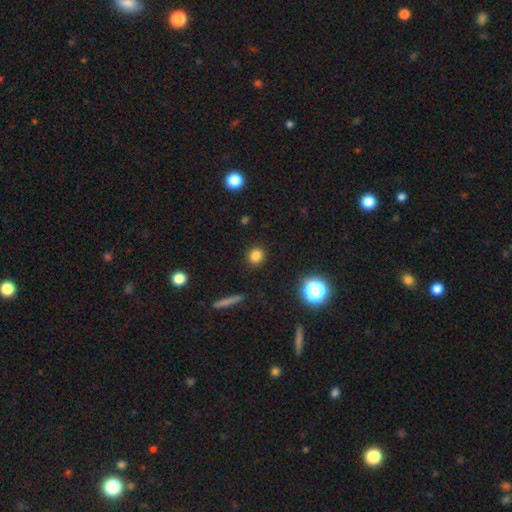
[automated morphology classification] A smooth galaxy with no disk features (81%) that is round (87%). Merging: none (91%).